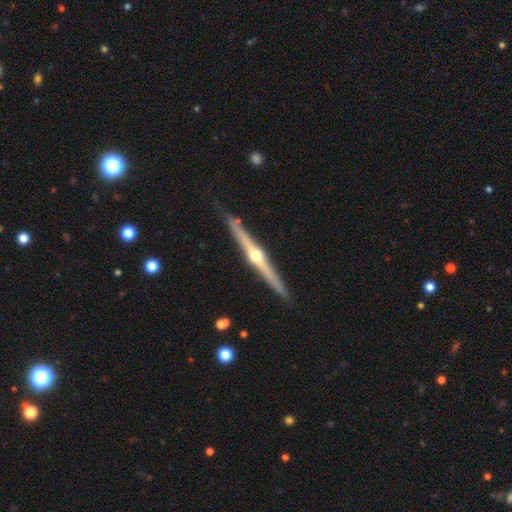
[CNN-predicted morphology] featured or disk 82%, smooth 13%, star or artifact 5%. Down the decision tree: edge-on disk — yes (98%); edge-on bulge — rounded (95%); merging — none (88%).